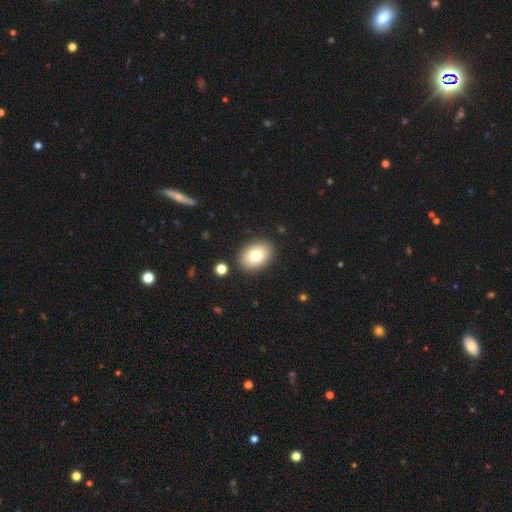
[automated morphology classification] Smooth or featured? smooth (77%)
How rounded? in between (75%)
Merging? none (89%)